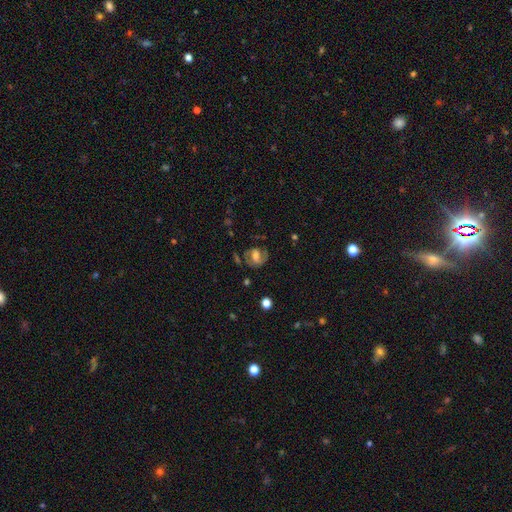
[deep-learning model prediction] A featured or disk galaxy (60%) with a weak bar (41%), spiral arms (75%) and a moderate central bulge (44%). Merging: none (62%).